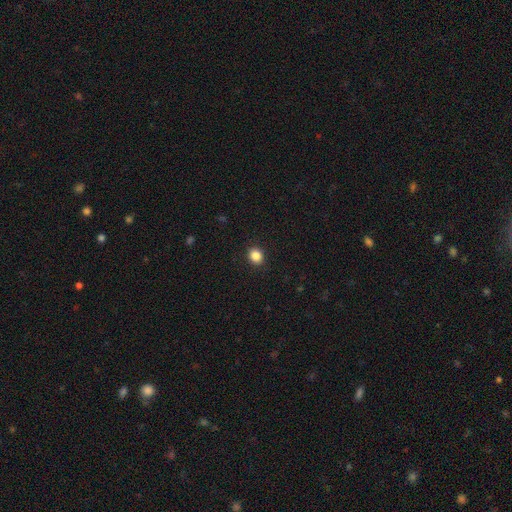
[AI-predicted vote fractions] Smooth or featured? Predicted: smooth (p=0.86). How rounded? Predicted: round (p=0.67). Merging? Predicted: none (p=0.91).